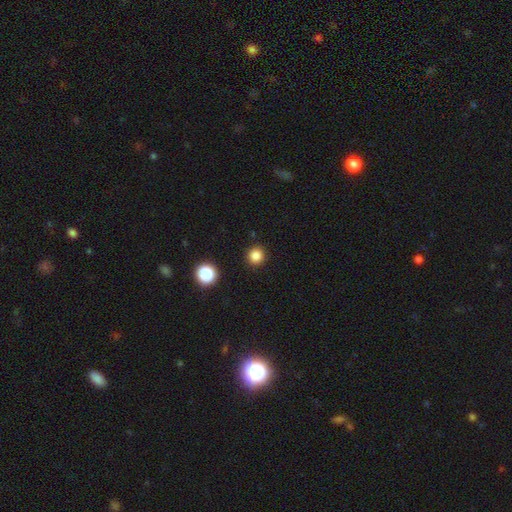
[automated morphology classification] The model was most divided on "smooth or featured": smooth: 82%, star or artifact: 13%, featured or disk: 4%. More confident: how rounded — round (94%); merging — none (92%).